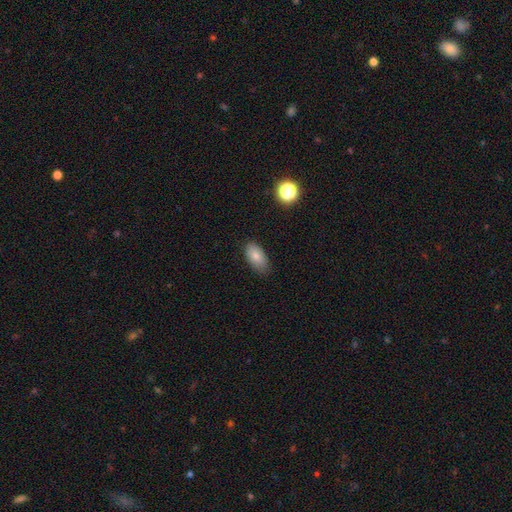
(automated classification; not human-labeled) Smooth or featured: smooth — 80% (featured or disk — 11%)
How rounded: in between — 91% (round — 4%)
Merging: none — 77% (minor disturbance — 18%)